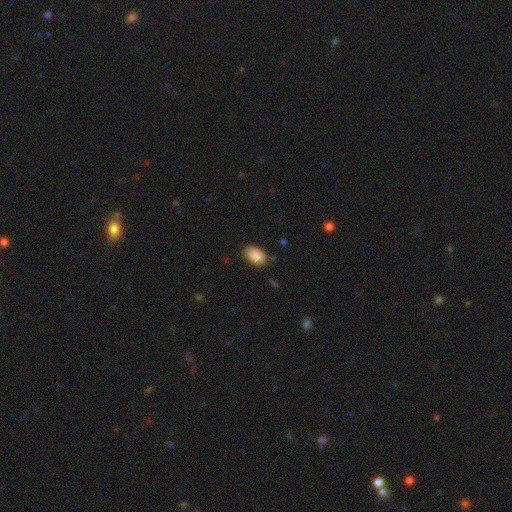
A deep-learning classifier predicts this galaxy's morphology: Smooth or featured? smooth (89%)
How rounded? in between (90%)
Merging? none (80%)